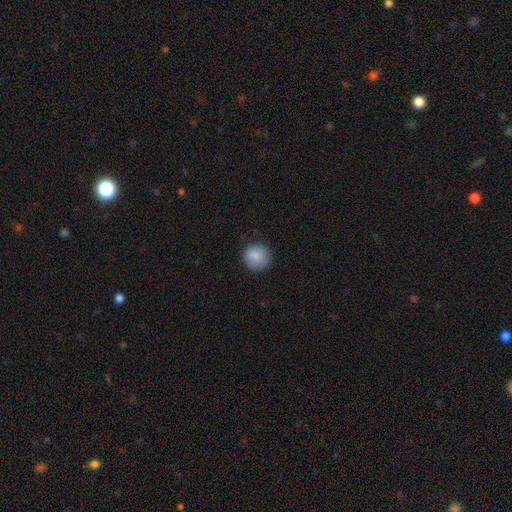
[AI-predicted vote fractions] This appears to be a smooth galaxy with no disk features (87%) that is round (92%). Merging: none (86%).